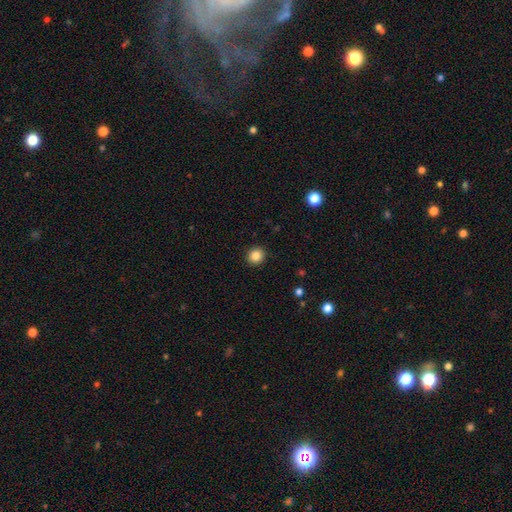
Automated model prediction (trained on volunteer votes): A smooth galaxy with no disk features (84%) that is round (88%). Merging: none (92%).